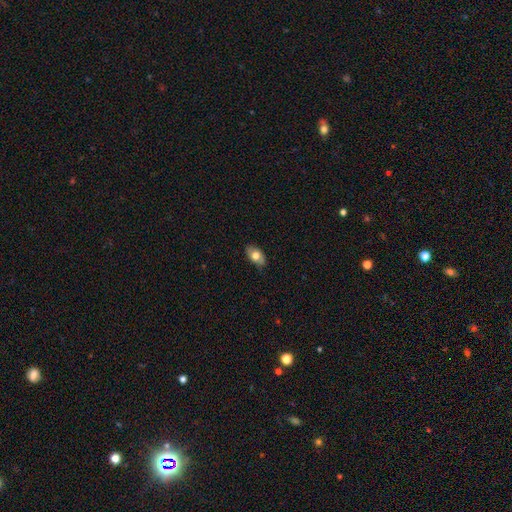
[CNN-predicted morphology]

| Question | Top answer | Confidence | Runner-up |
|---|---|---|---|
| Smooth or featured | smooth | 71% | featured or disk (22%) |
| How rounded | in between | 92% | round (6%) |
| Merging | none | 82% | minor disturbance (15%) |